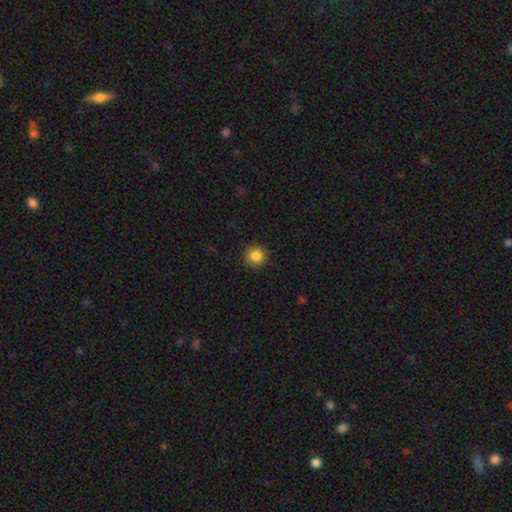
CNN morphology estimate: type=smooth (86%); roundness=round (94%); merging=none (90%).